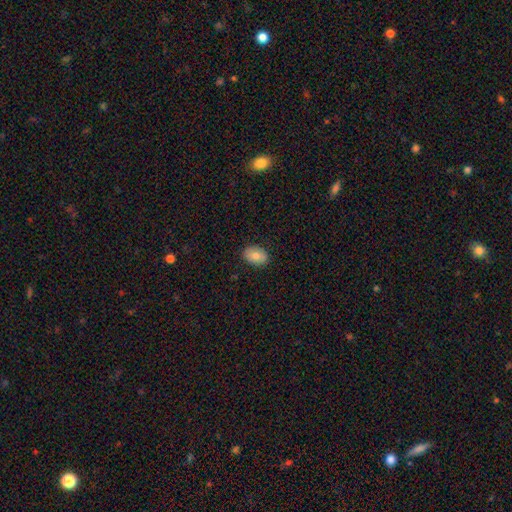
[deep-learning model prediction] A smooth galaxy with no disk features (80%) that is in between round and cigar-shaped (80%).

Vote fractions:
- Smooth or featured? smooth: 80% / featured or disk: 13% / star or artifact: 7%
- How rounded? in between: 80% / round: 18% / cigar-shaped: 1%
- Merging? none: 89% / minor disturbance: 8% / major disturbance: 2% / merger: 1%